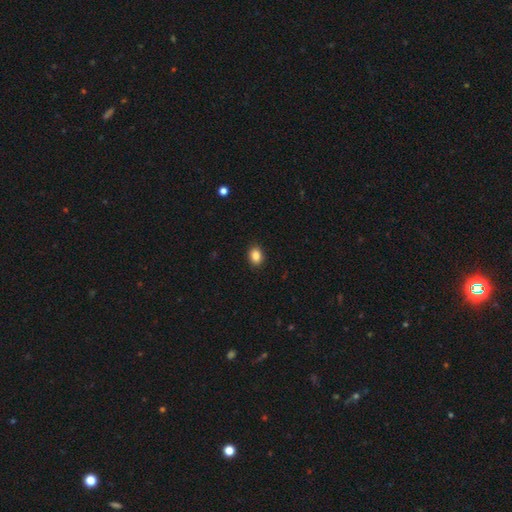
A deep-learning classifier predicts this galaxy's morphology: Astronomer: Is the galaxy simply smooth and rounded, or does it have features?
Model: smooth — 87%.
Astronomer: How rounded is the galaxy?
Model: in between — 62%.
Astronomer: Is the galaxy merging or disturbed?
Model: none — 90%.